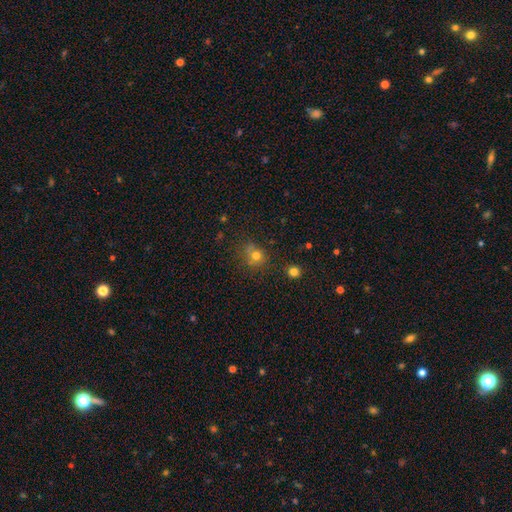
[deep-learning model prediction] The model was most divided on "merging": none: 63%, minor disturbance: 19%, merger: 10%, major disturbance: 8%. More confident: how rounded — round (77%); smooth or featured — smooth (72%).